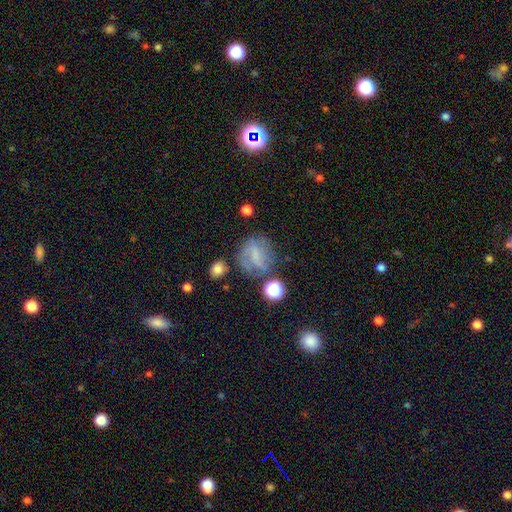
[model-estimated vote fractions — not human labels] Smooth or featured? Predicted: featured or disk (p=0.43, tied with smooth). Merging? Predicted: none (p=0.53).